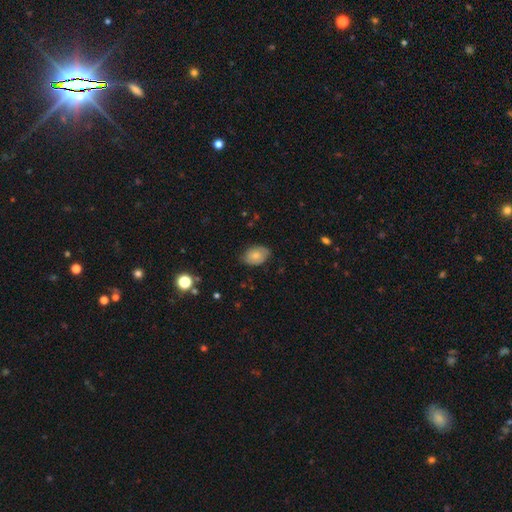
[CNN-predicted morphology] This appears to be a smooth galaxy with no disk features (71%) that is in between round and cigar-shaped (82%). Merging: none (73%).